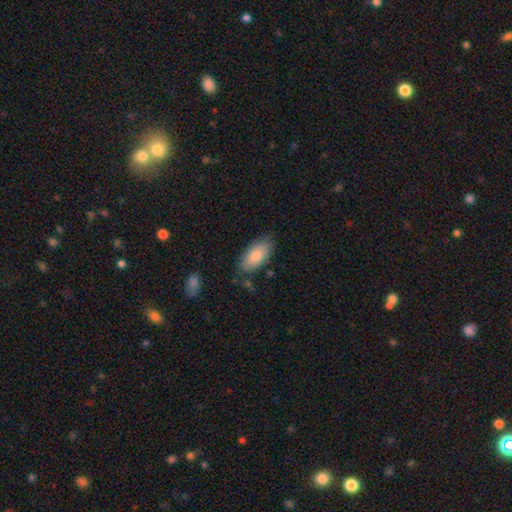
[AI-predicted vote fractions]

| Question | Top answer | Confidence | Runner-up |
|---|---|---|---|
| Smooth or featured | smooth | 83% | featured or disk (11%) |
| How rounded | in between | 91% | cigar-shaped (7%) |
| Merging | none | 76% | minor disturbance (18%) |